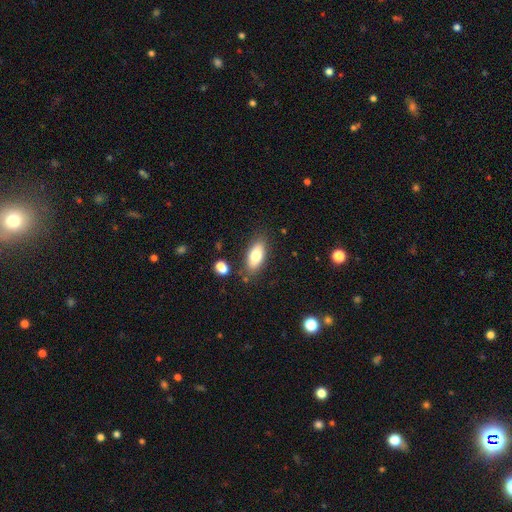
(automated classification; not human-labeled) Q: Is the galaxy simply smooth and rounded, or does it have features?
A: smooth — 78%.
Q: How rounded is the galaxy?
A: in between — 84%.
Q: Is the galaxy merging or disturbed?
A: none — 81%.